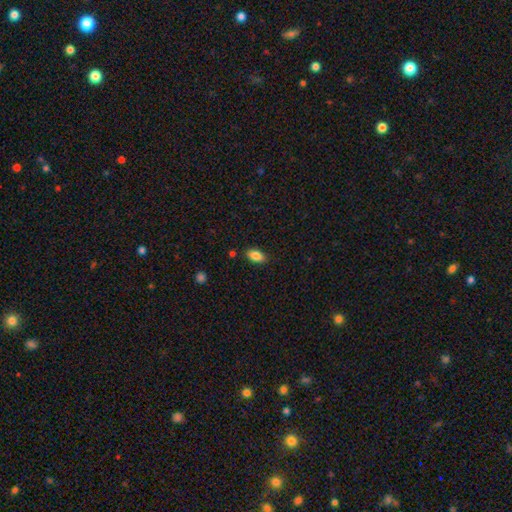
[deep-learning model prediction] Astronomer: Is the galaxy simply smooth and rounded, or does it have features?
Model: smooth — 85%.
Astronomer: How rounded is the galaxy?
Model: in between — 92%.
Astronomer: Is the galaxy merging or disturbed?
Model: none — 86%.